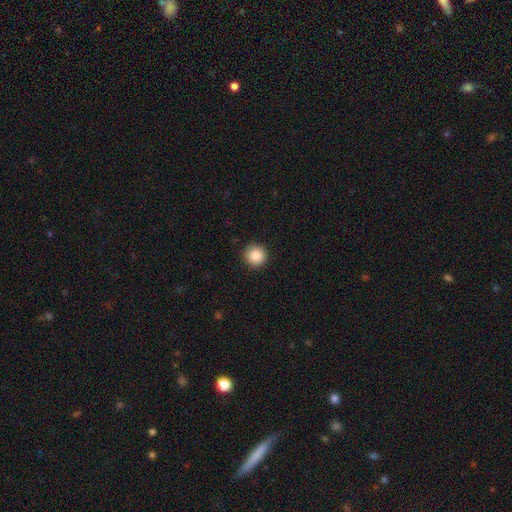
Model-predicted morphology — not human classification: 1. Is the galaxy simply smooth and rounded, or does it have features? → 88% smooth, 9% star or artifact, 3% featured or disk.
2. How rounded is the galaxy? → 96% round, 4% in between, 1% cigar-shaped.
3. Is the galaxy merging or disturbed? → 92% none, 5% minor disturbance, 2% major disturbance, 1% merger.